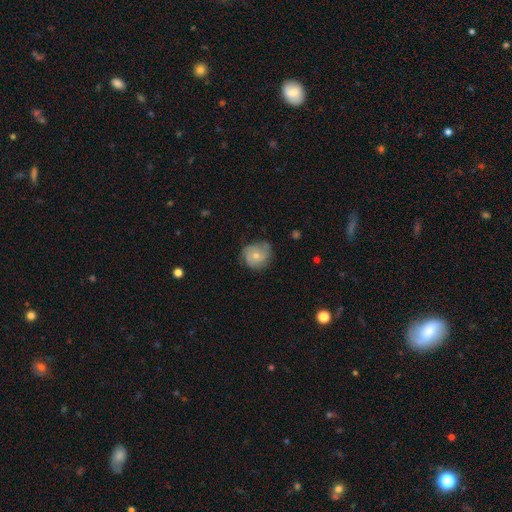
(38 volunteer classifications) This appears to be a smooth galaxy with no disk features (58%) that is round (91%). Merging: none (68%).